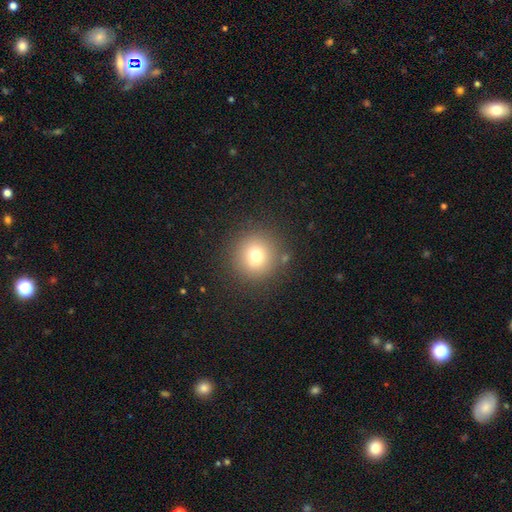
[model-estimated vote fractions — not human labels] Smooth or featured: smooth — 75% (star or artifact — 14%)
How rounded: round — 95% (in between — 4%)
Merging: none — 88% (minor disturbance — 7%)